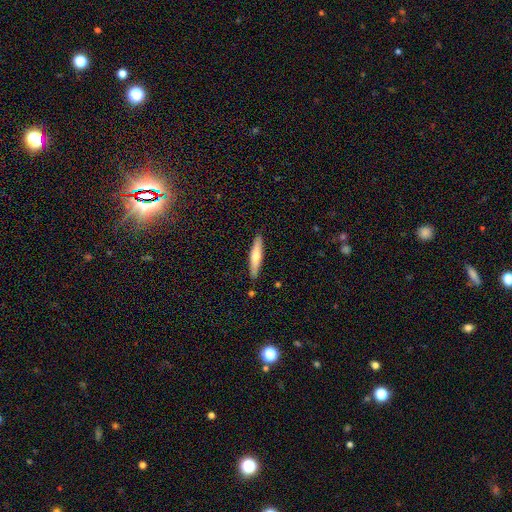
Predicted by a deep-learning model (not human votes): A smooth galaxy with no disk features (56%) that is cigar-shaped (87%). Merging: none (89%).